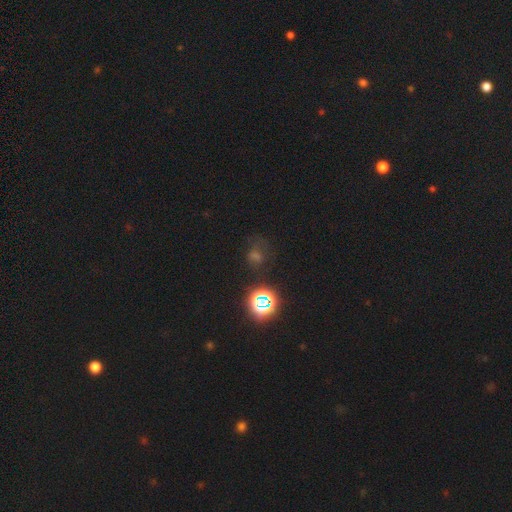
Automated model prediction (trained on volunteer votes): Overall: star or artifact (52%; smooth 36%).